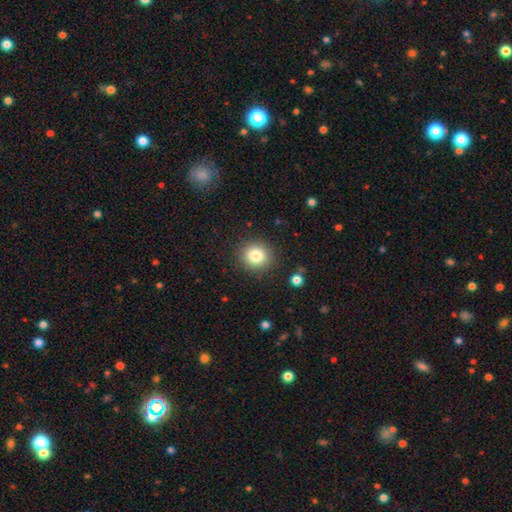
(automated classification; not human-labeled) This is clearly a smooth galaxy (82%). How rounded: clearly round (86%). Merging: clearly none (88%).